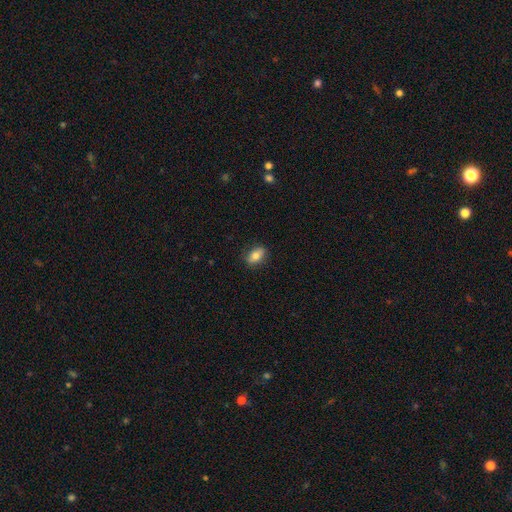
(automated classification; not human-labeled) Overall: smooth (76%). How rounded: in between (83%). Merging: none (83%).